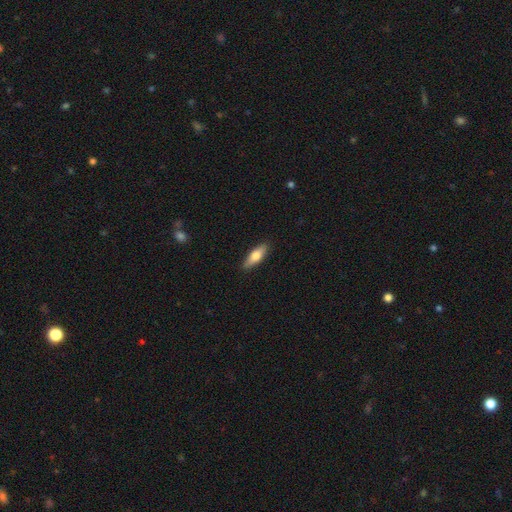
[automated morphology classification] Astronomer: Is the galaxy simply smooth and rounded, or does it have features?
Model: smooth — 68%.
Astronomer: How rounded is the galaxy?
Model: in between — 56% (runner-up: cigar-shaped, 42%).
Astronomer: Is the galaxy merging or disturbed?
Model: none — 88%.